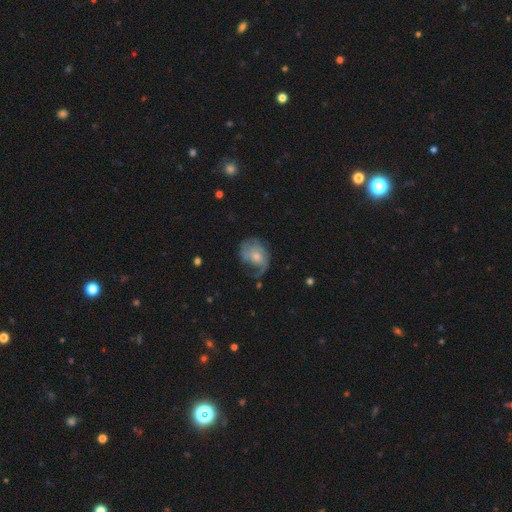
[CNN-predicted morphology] smooth_or_featured: featured or disk (p=0.63) [alt: smooth p=0.30]
disk_edge_on: no (p=0.97) [alt: yes p=0.03]
bar: no (p=0.74) [alt: weak p=0.23]
has_spiral_arms: yes (p=0.79) [alt: no p=0.21]
bulge_size: moderate (p=0.45) [alt: small p=0.42]
merging: none (p=0.41) [alt: major disturbance p=0.30]